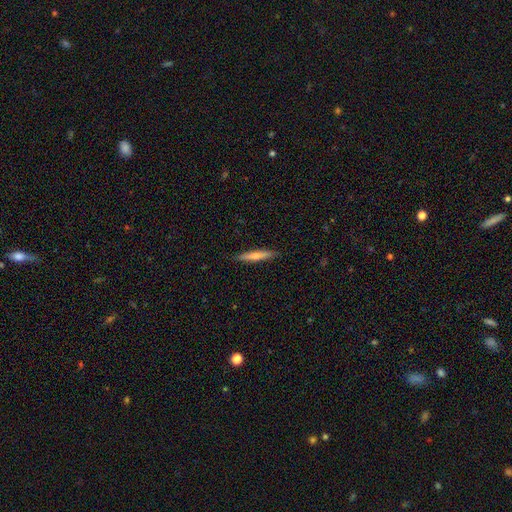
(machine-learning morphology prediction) Smooth or featured?
  - smooth: 56% *
  - featured or disk: 38%
  - star or artifact: 6%
How rounded?
  - cigar-shaped: 93% *
  - in between: 6%
  - round: 1%
Merging?
  - none: 89% *
  - minor disturbance: 8%
  - major disturbance: 2%
  - merger: 1%